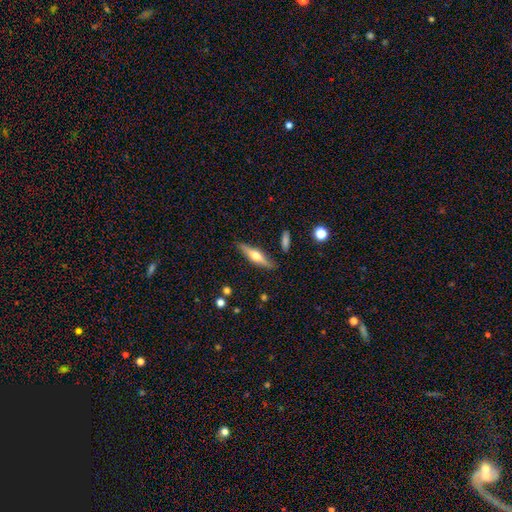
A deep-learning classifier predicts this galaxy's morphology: Smooth or featured? featured or disk (60%)
Edge-on disk? yes (94%)
Edge-on bulge? rounded (93%)
Merging? none (85%)